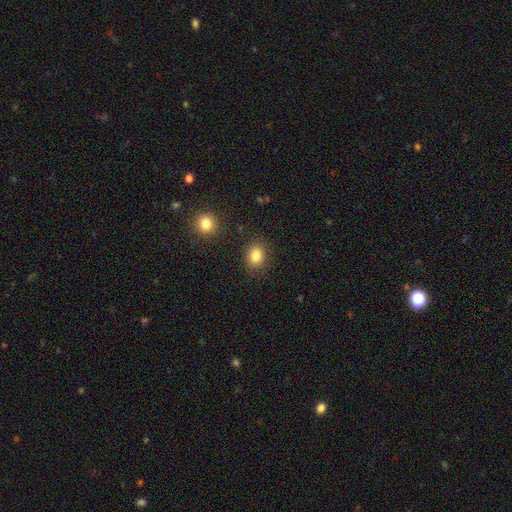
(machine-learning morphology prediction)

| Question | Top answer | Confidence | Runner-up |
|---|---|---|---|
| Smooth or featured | smooth | 84% | star or artifact (10%) |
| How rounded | in between | 54% | round (45%) |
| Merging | none | 85% | minor disturbance (10%) |